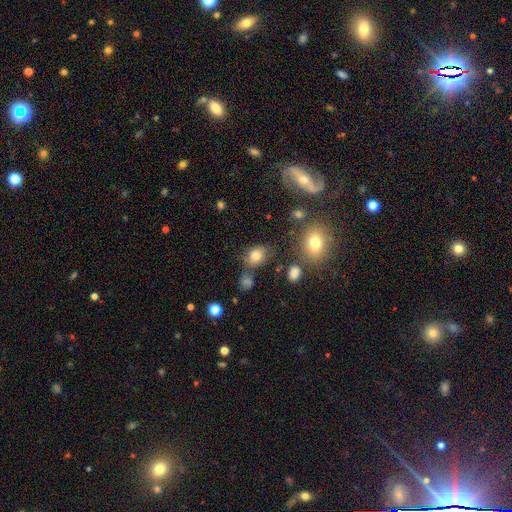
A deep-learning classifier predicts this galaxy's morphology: smooth_or_featured: smooth (p=0.78) [alt: star or artifact p=0.13]
how_rounded: in between (p=0.53) [alt: round p=0.46]
merging: none (p=0.64) [alt: minor disturbance p=0.18]